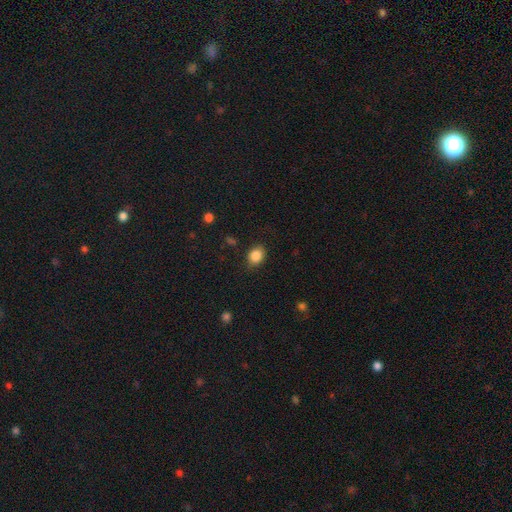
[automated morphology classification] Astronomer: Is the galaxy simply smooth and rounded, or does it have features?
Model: smooth — 85%.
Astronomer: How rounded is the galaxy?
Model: in between — 53% (runner-up: round, 46%).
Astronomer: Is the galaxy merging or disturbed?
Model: none — 82%.